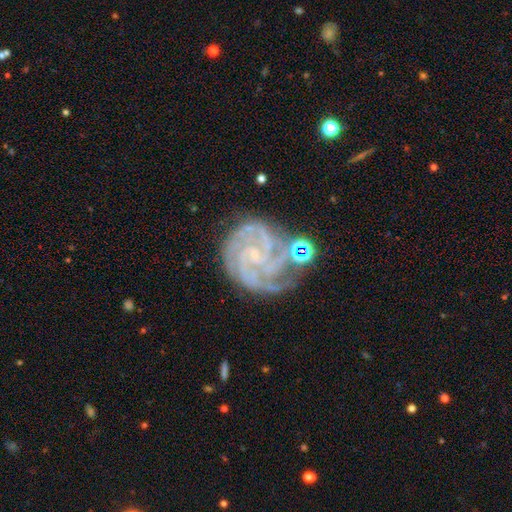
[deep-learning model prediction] The model was most divided on "spiral arm count": 3: 35%, 2: 20%, 4: 17%, can't tell: 14%, more than 4: 7%, 1: 7%. More confident: spiral arms — yes (98%); edge-on disk — no (98%); smooth or featured — featured or disk (86%); bulge size — small (80%); spiral winding — tight (70%); bar — no (57%); merging — none (55%).